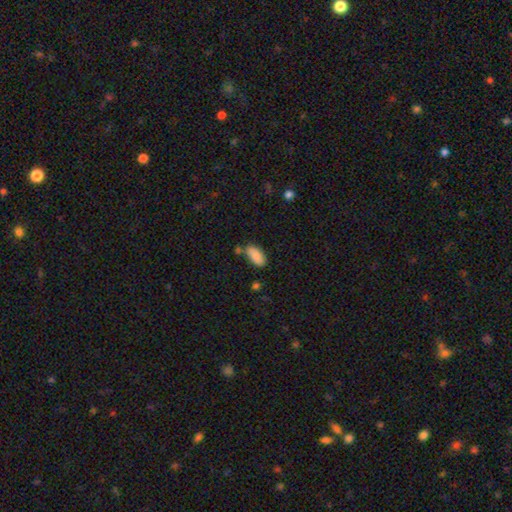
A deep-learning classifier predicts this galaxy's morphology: Smooth or featured: smooth — 88% (star or artifact — 7%)
How rounded: in between — 91% (cigar-shaped — 7%)
Merging: none — 63% (minor disturbance — 20%)